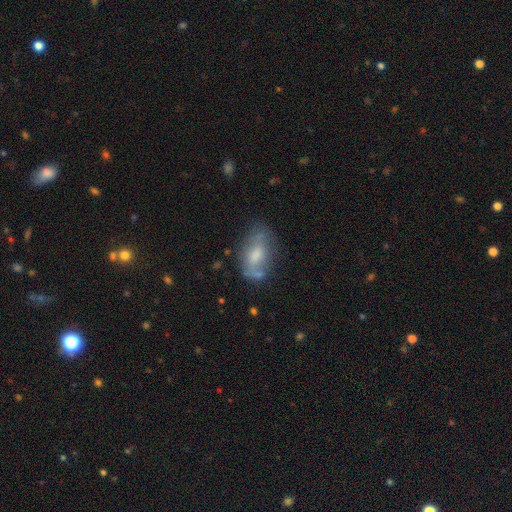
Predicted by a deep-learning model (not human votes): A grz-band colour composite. It shows a smooth galaxy with no disk features (47%). Merging: none (56%).